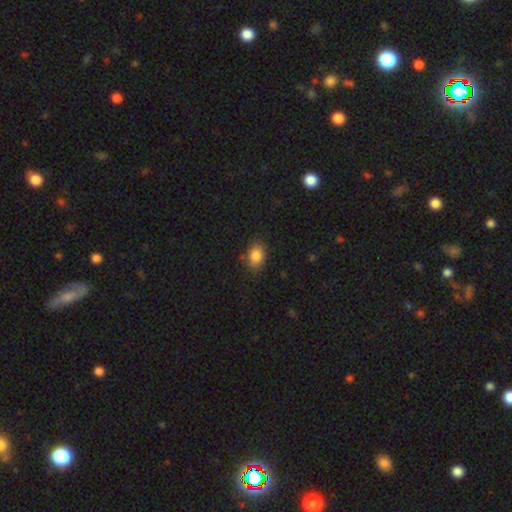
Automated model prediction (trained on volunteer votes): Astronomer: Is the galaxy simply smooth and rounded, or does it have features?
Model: smooth — 85%.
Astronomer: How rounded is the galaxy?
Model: in between — 75%.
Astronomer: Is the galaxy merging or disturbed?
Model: none — 78%.